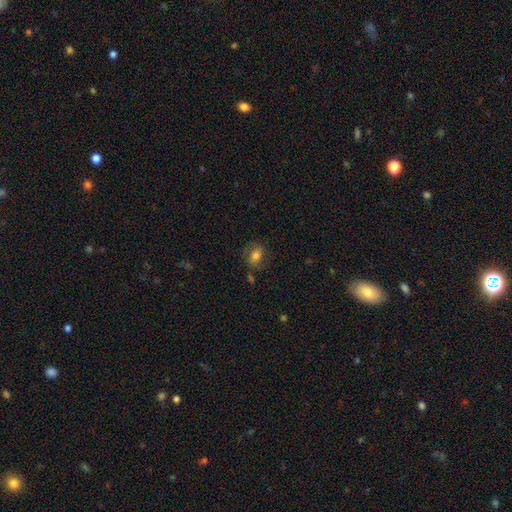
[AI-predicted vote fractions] smooth_or_featured: smooth (p=0.70) [alt: featured or disk p=0.20]
how_rounded: in between (p=0.68) [alt: round p=0.30]
merging: none (p=0.66) [alt: minor disturbance p=0.20]